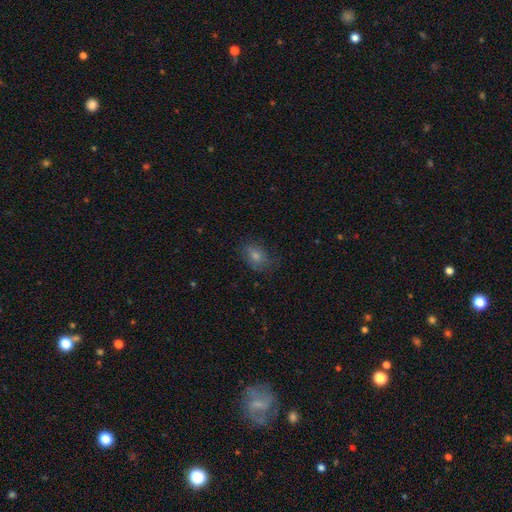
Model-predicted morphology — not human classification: Smooth or featured? Predicted: smooth (p=0.60). How rounded? Predicted: in between (p=0.70). Merging? Predicted: none (p=0.73).